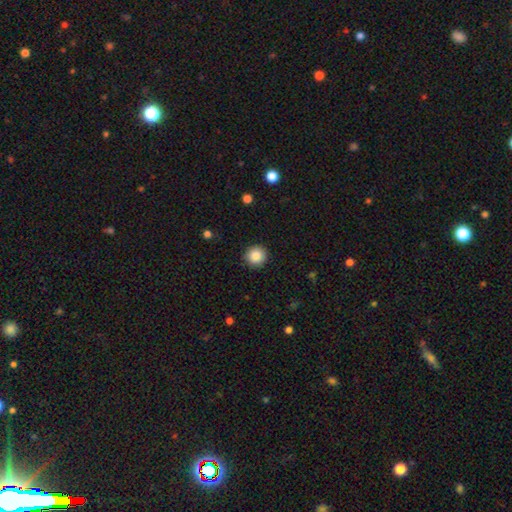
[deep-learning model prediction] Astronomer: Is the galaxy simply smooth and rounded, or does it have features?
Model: smooth — 87%.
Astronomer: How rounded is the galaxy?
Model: round — 95%.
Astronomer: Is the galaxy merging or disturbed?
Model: none — 91%.